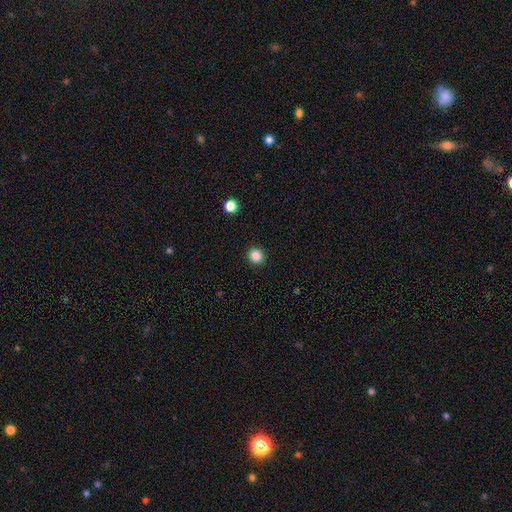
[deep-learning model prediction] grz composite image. It shows a smooth galaxy with no disk features (86%) that is round (91%). Merging: none (92%).